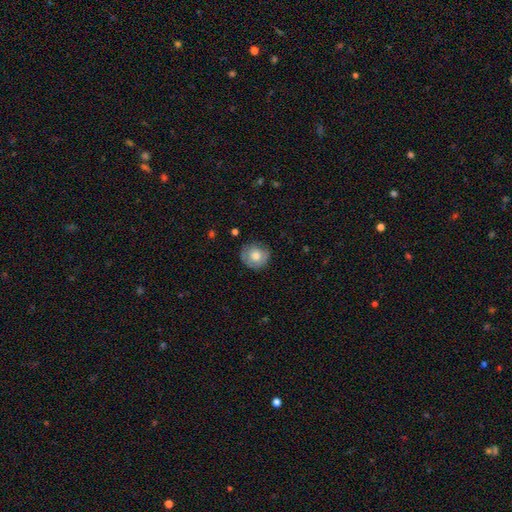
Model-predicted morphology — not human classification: A smooth galaxy with no disk features (70%) that is round (89%). Merging: none (77%).